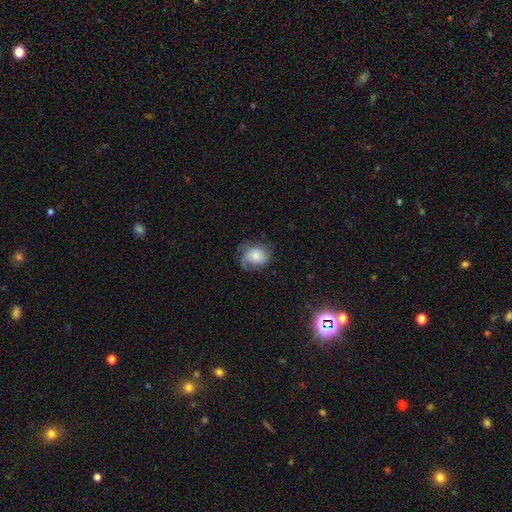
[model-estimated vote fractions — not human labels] This appears to be a smooth galaxy with no disk features (52%) that is round (50%). Merging: none (53%).